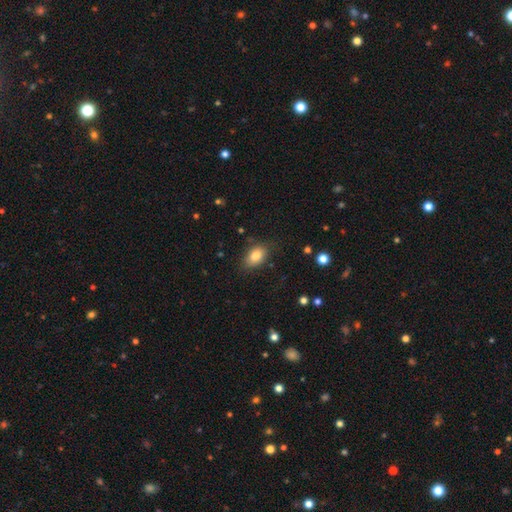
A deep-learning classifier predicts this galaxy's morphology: smooth-or-featured: smooth: 82% | featured or disk: 9% | star or artifact: 9%
  how-rounded: in between: 85% | round: 13% | cigar-shaped: 2%
  merging: none: 79% | minor disturbance: 16% | major disturbance: 4% | merger: 2%